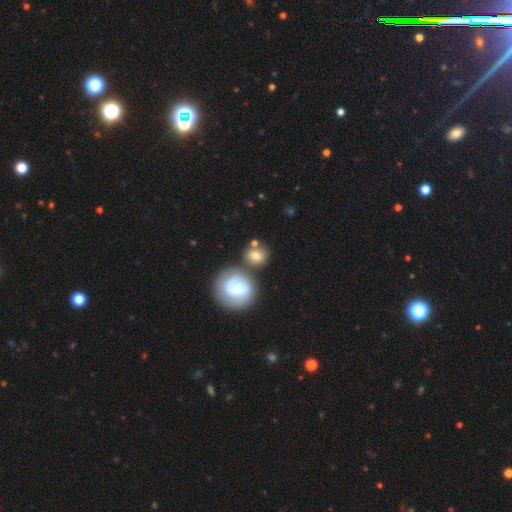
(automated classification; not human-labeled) A smooth galaxy with no disk features (68%) that is round (81%). Merging: none (60%).